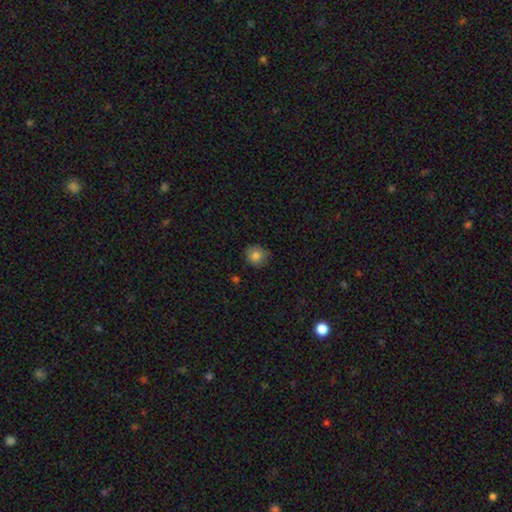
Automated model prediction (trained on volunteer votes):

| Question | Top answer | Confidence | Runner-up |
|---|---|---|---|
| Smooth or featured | smooth | 84% | star or artifact (10%) |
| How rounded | round | 86% | in between (13%) |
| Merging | none | 79% | minor disturbance (17%) |